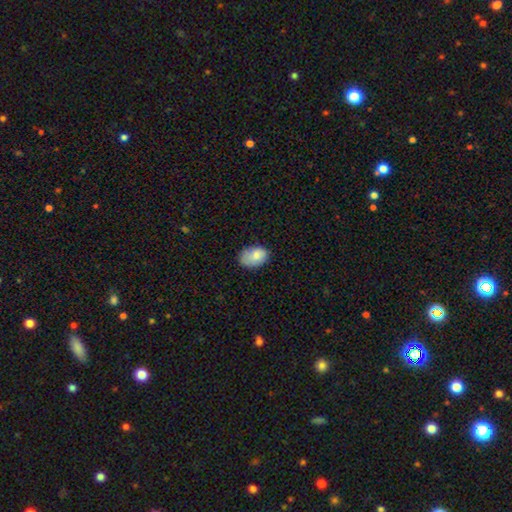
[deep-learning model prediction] The model was most divided on "merging": none: 66%, minor disturbance: 27%, major disturbance: 6%, merger: 1%. More confident: how rounded — in between (85%); smooth or featured — smooth (82%).